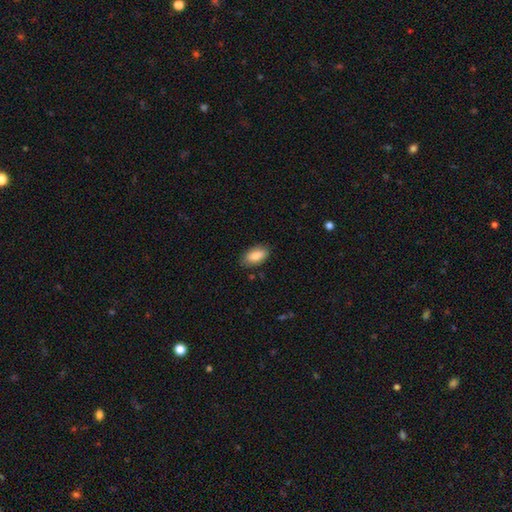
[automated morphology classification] A smooth galaxy with no disk features (85%) that is in between round and cigar-shaped (92%).

Vote fractions:
- Smooth or featured? smooth: 85% / featured or disk: 8% / star or artifact: 7%
- How rounded? in between: 92% / cigar-shaped: 4% / round: 3%
- Merging? none: 84% / minor disturbance: 12% / major disturbance: 2% / merger: 1%